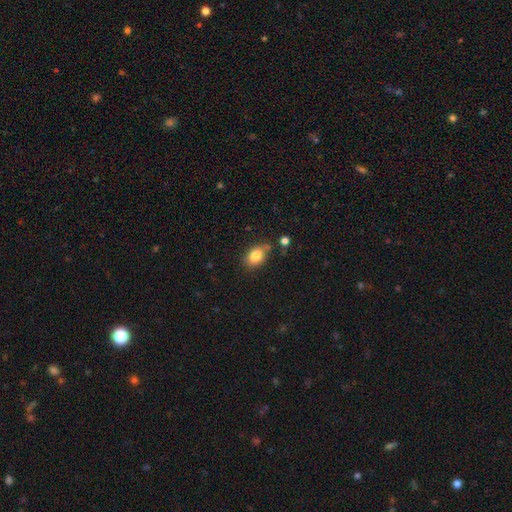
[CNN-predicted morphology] A smooth galaxy with no disk features (82%) that is in between round and cigar-shaped (80%). Merging: none (69%).